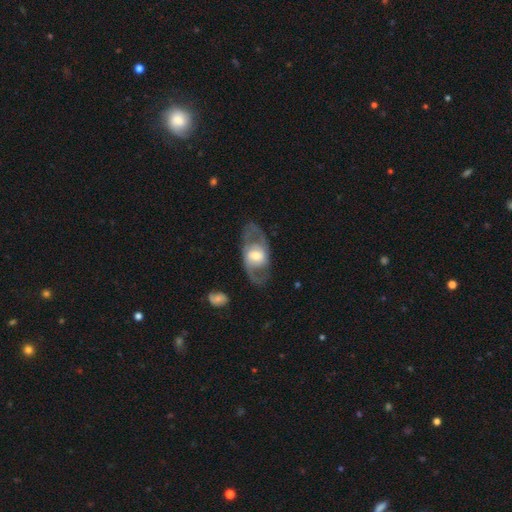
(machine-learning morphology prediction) This is likely a featured or disk galaxy (75%). It is clearly not viewed edge-on (91%). Bar: marginally no (43%). Spiral arm pattern: likely yes (72%). Central bulge: possibly moderate (57%). Merging: likely none (73%).